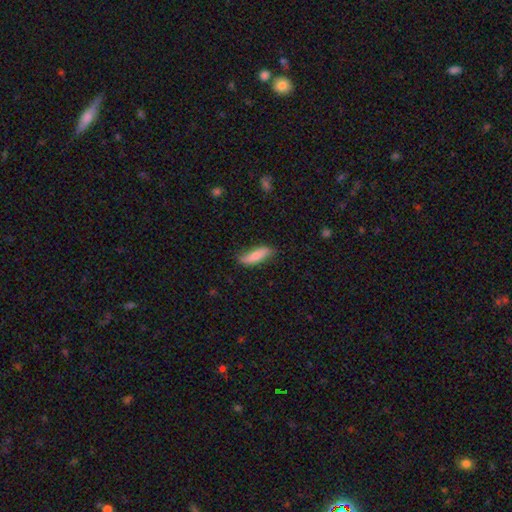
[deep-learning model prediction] This appears to be a smooth galaxy with no disk features (76%) that is cigar-shaped (49%, tied with in between). Merging: none (71%).